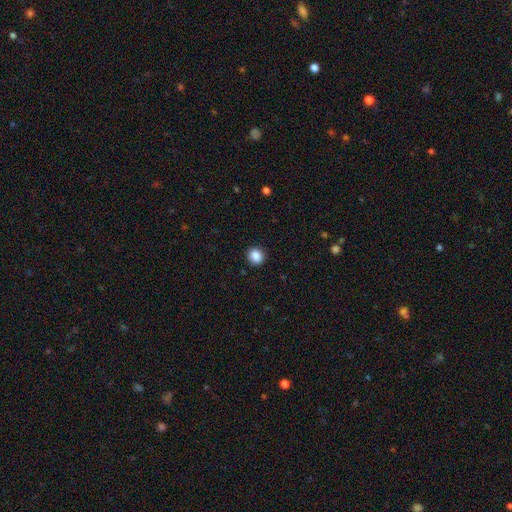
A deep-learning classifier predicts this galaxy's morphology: smooth-or-featured: smooth: 87% | star or artifact: 9% | featured or disk: 3%
  how-rounded: round: 77% | in between: 22% | cigar-shaped: 1%
  merging: none: 91% | minor disturbance: 6% | major disturbance: 2% | merger: 1%